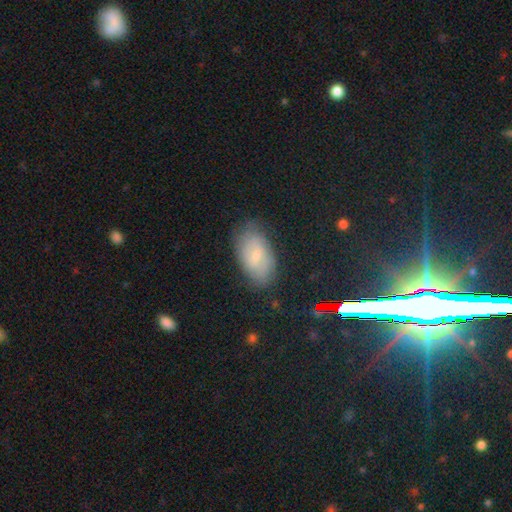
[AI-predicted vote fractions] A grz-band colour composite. It shows a featured or disk galaxy (47%). Merging: none (75%).